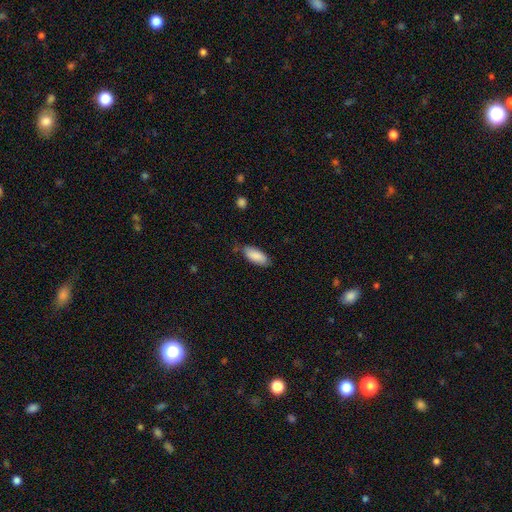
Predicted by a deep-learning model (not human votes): smooth-or-featured: smooth: 88% | featured or disk: 6% | star or artifact: 6%
  how-rounded: in between: 85% | cigar-shaped: 13% | round: 2%
  merging: none: 72% | minor disturbance: 22% | major disturbance: 4% | merger: 2%